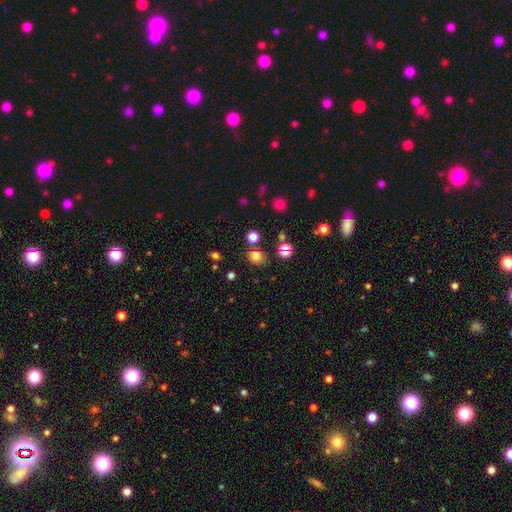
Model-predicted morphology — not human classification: A smooth galaxy with no disk features (74%) that is round (68%). Merging: none (76%).